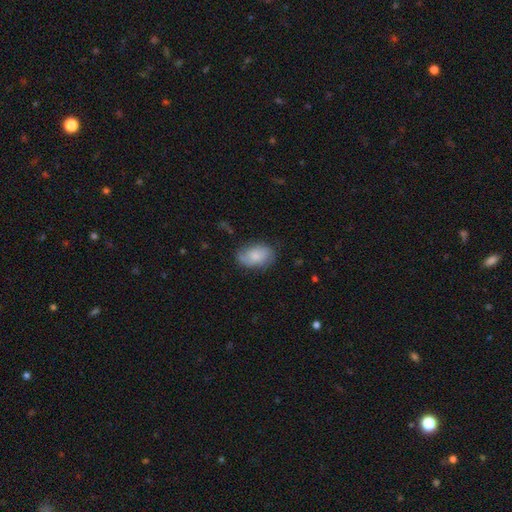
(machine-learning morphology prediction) This appears to be a smooth galaxy with no disk features (67%) that is in between round and cigar-shaped (90%). Merging: none (68%).